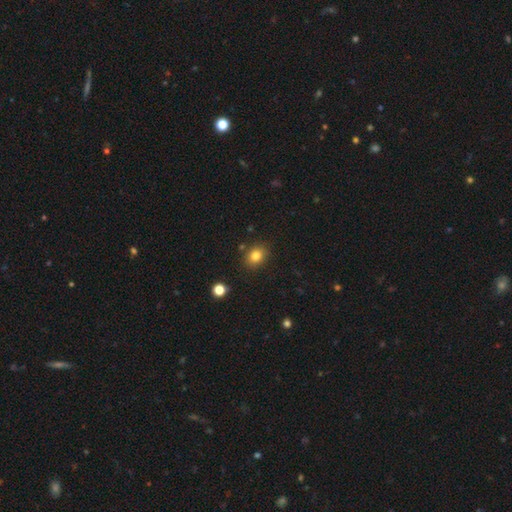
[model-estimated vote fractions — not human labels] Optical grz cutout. It shows a smooth galaxy with no disk features (82%) that is round (54%). Merging: none (83%).